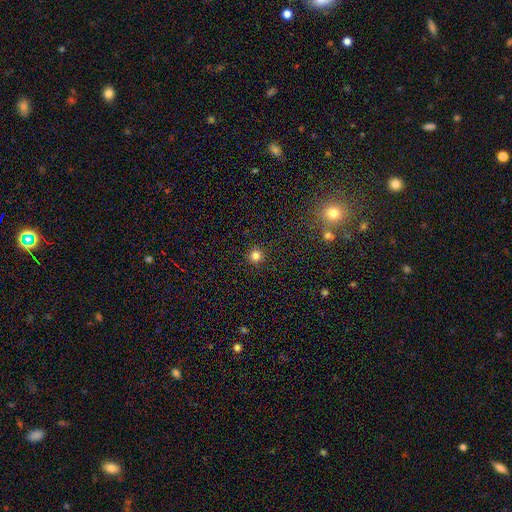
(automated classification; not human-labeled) Smooth or featured? Predicted: smooth (p=0.81). How rounded? Predicted: round (p=0.96). Merging? Predicted: none (p=0.93).